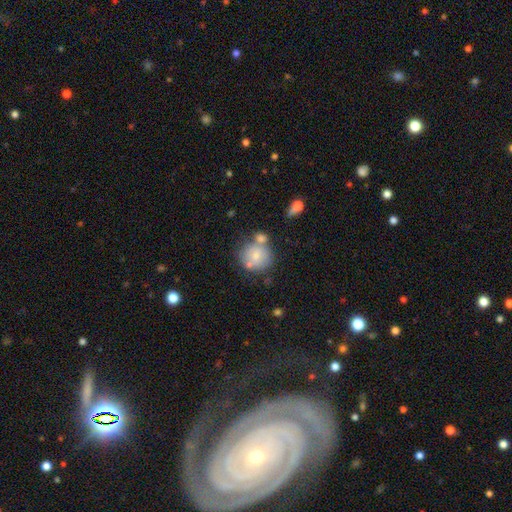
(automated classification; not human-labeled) smooth_or_featured: smooth (p=0.70) [alt: featured or disk p=0.21]
how_rounded: round (p=0.88) [alt: in between p=0.11]
merging: none (p=0.53) [alt: merger p=0.27]